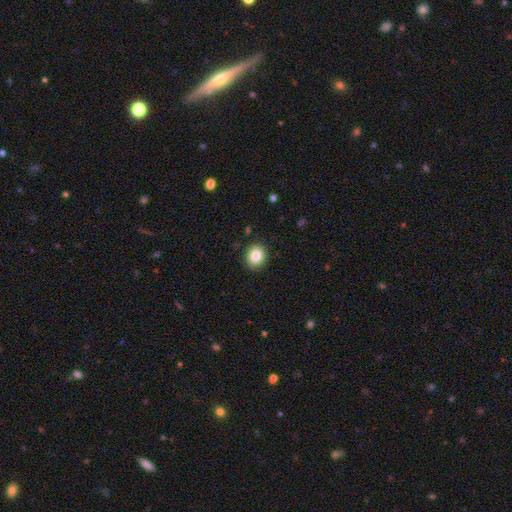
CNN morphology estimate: A smooth galaxy with no disk features (84%) that is round (71%).

Vote fractions:
- Smooth or featured? smooth: 84% / star or artifact: 9% / featured or disk: 7%
- How rounded? round: 71% / in between: 28% / cigar-shaped: 1%
- Merging? none: 89% / minor disturbance: 8% / major disturbance: 2% / merger: 1%